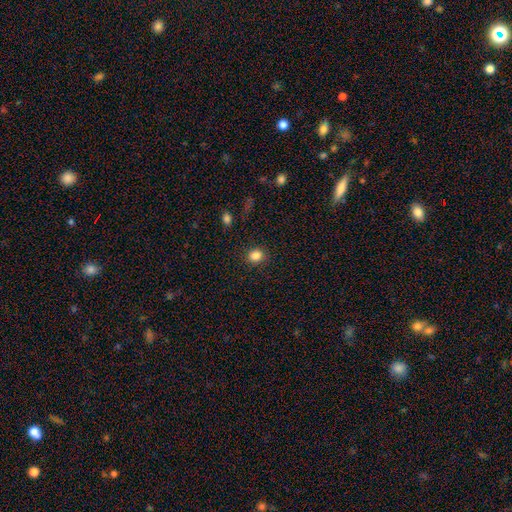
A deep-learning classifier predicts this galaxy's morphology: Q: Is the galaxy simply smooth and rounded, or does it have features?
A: smooth — 85%.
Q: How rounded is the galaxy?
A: round — 71%.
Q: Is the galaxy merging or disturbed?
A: none — 88%.